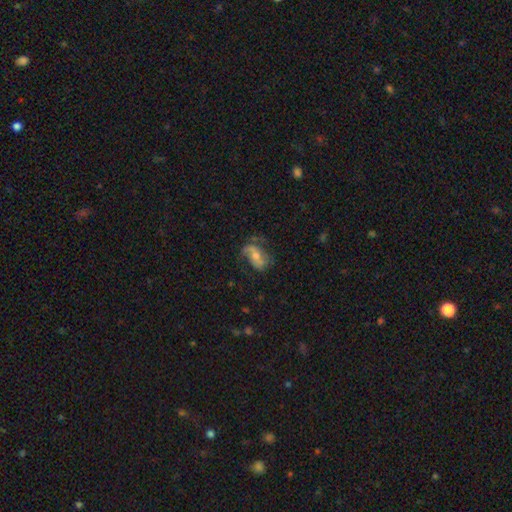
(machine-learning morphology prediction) Smooth or featured?
  - featured or disk: 63% *
  - smooth: 29%
  - star or artifact: 8%
Edge-on disk?
  - no: 95% *
  - yes: 5%
Bar?
  - no: 47% *
  - weak: 34%
  - strong: 20%
Spiral arms?
  - yes: 84% *
  - no: 16%
Bulge size?
  - moderate: 50% *
  - small: 40%
  - large: 5%
  - none: 4%
  - dominant: 1%
Merging?
  - none: 56% *
  - minor disturbance: 24%
  - major disturbance: 17%
  - merger: 2%